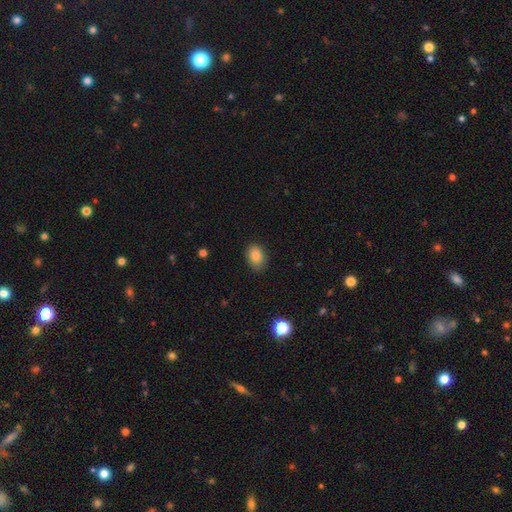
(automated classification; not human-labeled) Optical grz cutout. It shows a smooth galaxy with no disk features (86%) that is in between round and cigar-shaped (80%). Merging: none (81%).